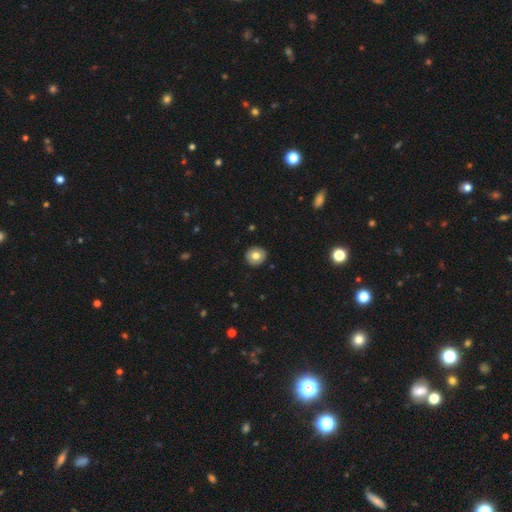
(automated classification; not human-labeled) This is likely a smooth galaxy (78%). How rounded: clearly round (89%). Merging: clearly none (91%).